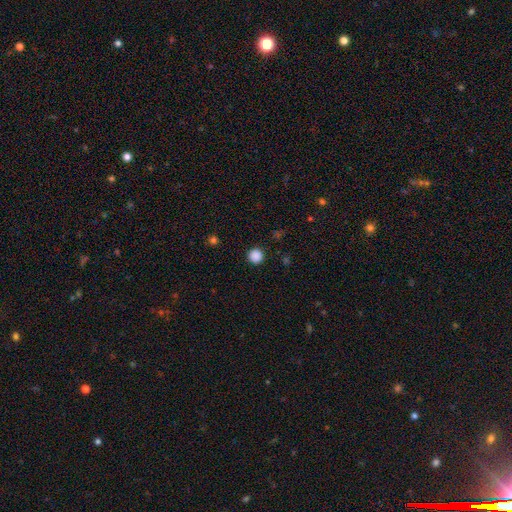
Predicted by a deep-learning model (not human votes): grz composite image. It shows a smooth galaxy with no disk features (87%) that is round (95%). Merging: none (92%).